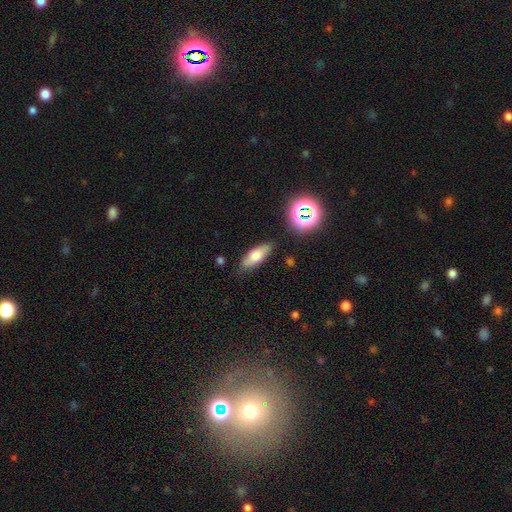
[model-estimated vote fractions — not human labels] Smooth or featured? smooth (68%)
How rounded? in between (67%)
Merging? none (80%)